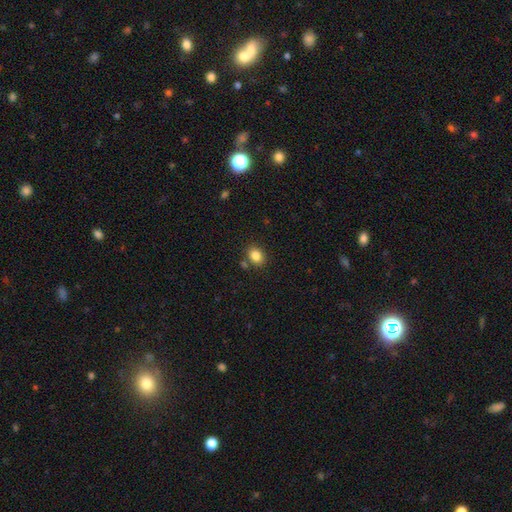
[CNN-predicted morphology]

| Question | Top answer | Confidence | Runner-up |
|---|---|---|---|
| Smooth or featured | smooth | 85% | star or artifact (10%) |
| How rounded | in between | 58% | round (41%) |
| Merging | none | 79% | minor disturbance (11%) |